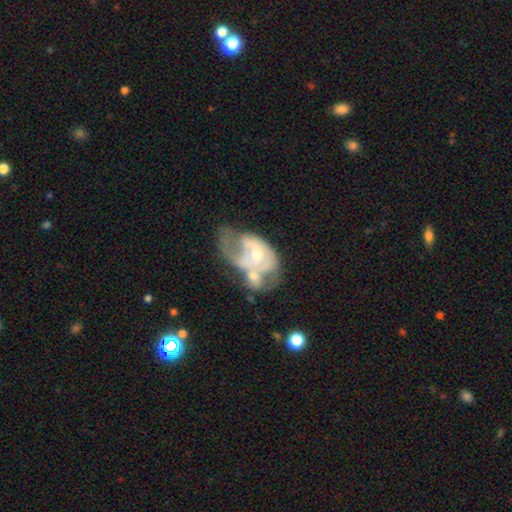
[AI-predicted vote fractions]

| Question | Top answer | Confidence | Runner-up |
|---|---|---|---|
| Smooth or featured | featured or disk | 71% | smooth (23%) |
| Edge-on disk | no | 96% | yes (4%) |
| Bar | no | 75% | weak (21%) |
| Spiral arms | yes | 58% | no (42%) |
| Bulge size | moderate | 57% | small (35%) |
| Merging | merger | 49% | major disturbance (27%) |